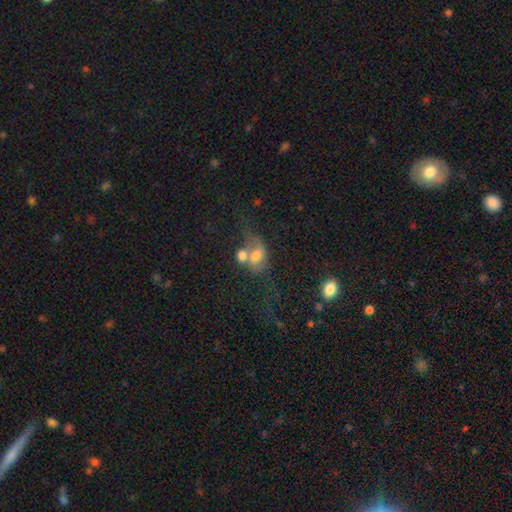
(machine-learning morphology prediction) Q: Smooth or featured?
A: smooth (59%); runner-up: featured or disk (29%)
Q: How rounded?
A: in between (65%); runner-up: round (33%)
Q: Merging?
A: merger (61%); runner-up: none (20%)